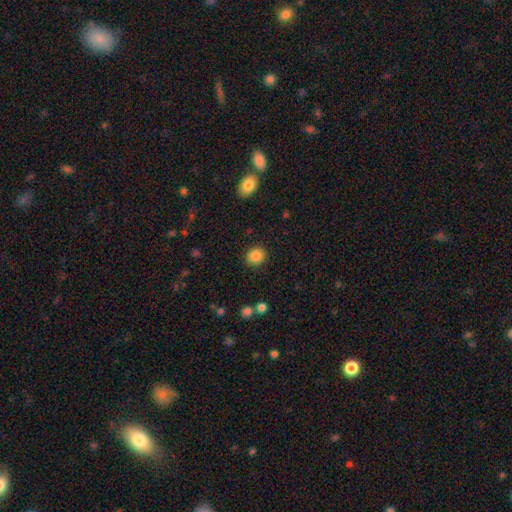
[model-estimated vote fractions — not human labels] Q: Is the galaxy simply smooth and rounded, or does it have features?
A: smooth — 87%.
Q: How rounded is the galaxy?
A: round — 81%.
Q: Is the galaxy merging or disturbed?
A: none — 90%.